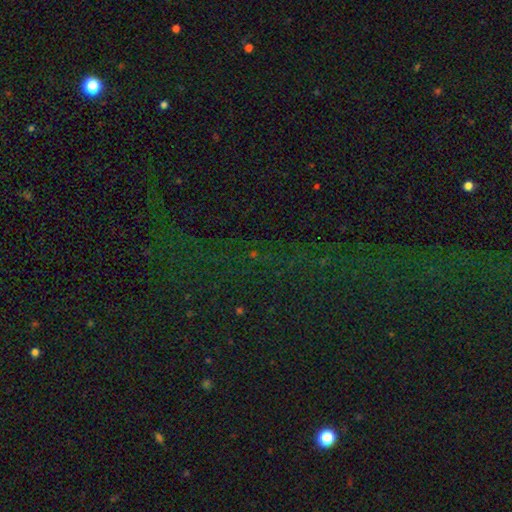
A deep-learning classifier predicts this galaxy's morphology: Smooth or featured?
  - star or artifact: 78% *
  - smooth: 11%
  - featured or disk: 10%